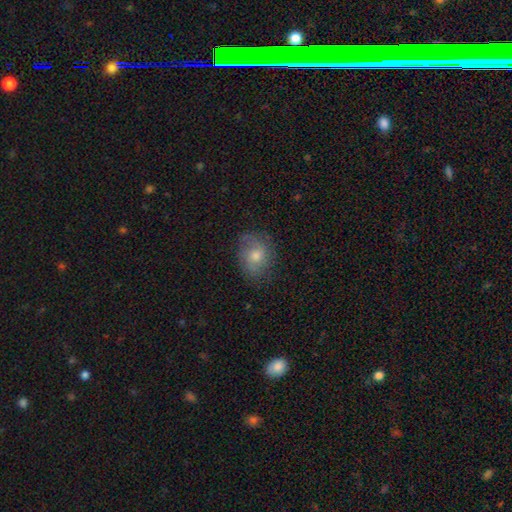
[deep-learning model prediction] Overall: smooth (55%; featured or disk 34%). How rounded: round (51%; in between 48%). Merging: none (73%).